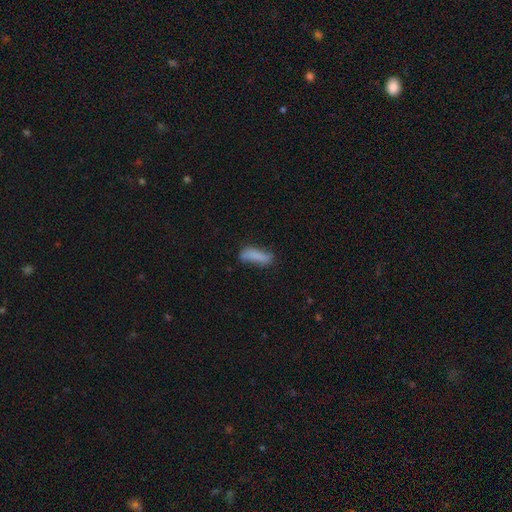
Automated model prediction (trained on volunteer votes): Smooth or featured: smooth — 80% (featured or disk — 12%)
How rounded: cigar-shaped — 52% (in between — 46%)
Merging: none — 60% (minor disturbance — 26%)